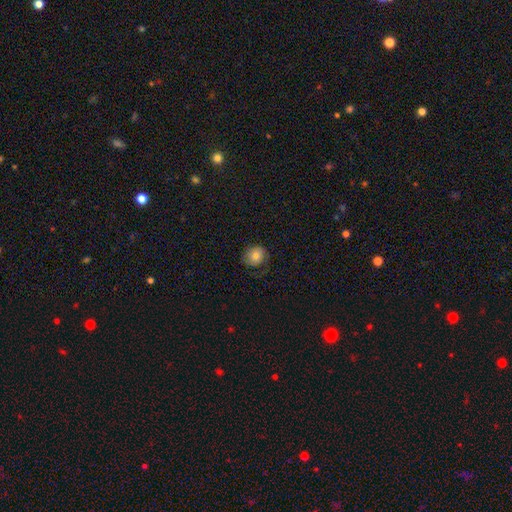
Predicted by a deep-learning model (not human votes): smooth 79%, featured or disk 12%, star or artifact 9%. Down the decision tree: how rounded — round (79%); merging — none (70%).